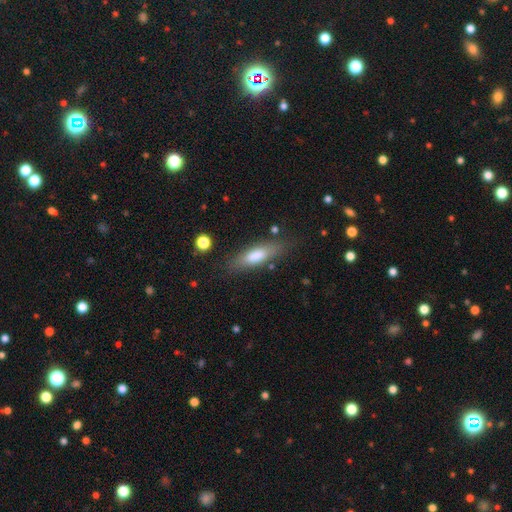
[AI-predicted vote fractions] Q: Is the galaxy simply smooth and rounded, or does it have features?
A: smooth — 73%.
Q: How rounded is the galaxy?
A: cigar-shaped — 51%.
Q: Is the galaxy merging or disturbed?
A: none — 79%.